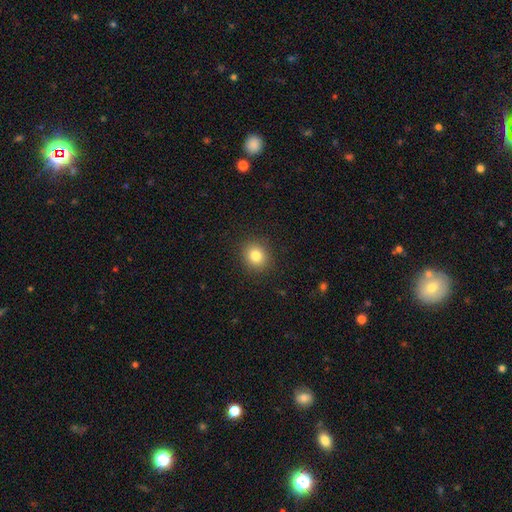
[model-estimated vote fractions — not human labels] smooth-or-featured: smooth: 82% | star or artifact: 11% | featured or disk: 7%
  how-rounded: round: 81% | in between: 18% | cigar-shaped: 1%
  merging: none: 90% | minor disturbance: 6% | major disturbance: 2% | merger: 1%